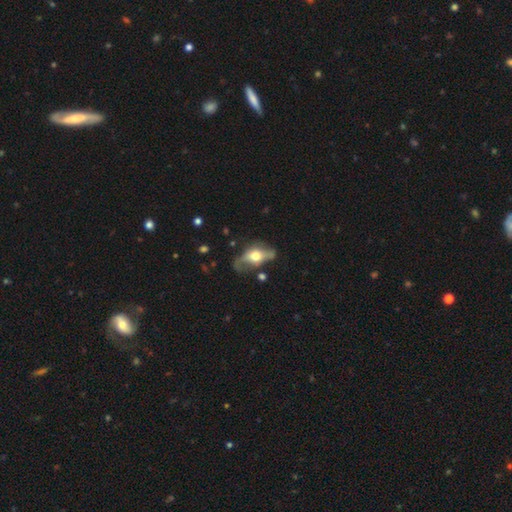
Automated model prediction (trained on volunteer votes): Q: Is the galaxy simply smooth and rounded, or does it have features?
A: featured or disk — 57%.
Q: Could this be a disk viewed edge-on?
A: no — 64%.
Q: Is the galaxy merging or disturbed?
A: none — 45%.